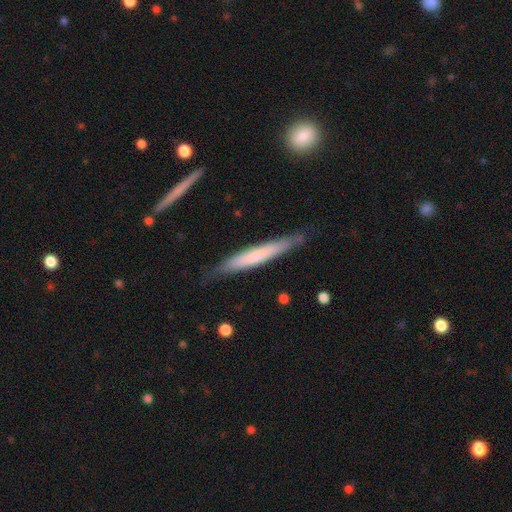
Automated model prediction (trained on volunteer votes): smooth_or_featured: smooth (p=0.57) [alt: featured or disk p=0.38]
how_rounded: cigar-shaped (p=0.95) [alt: in between p=0.04]
merging: none (p=0.82) [alt: minor disturbance p=0.14]